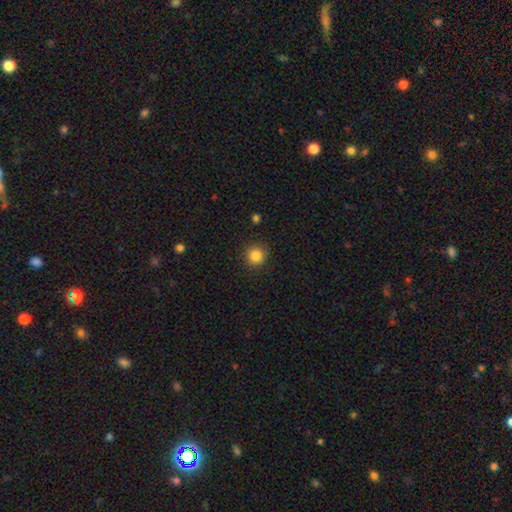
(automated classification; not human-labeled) The model was most divided on "smooth or featured": smooth: 85%, star or artifact: 11%, featured or disk: 4%. More confident: how rounded — round (93%); merging — none (89%).